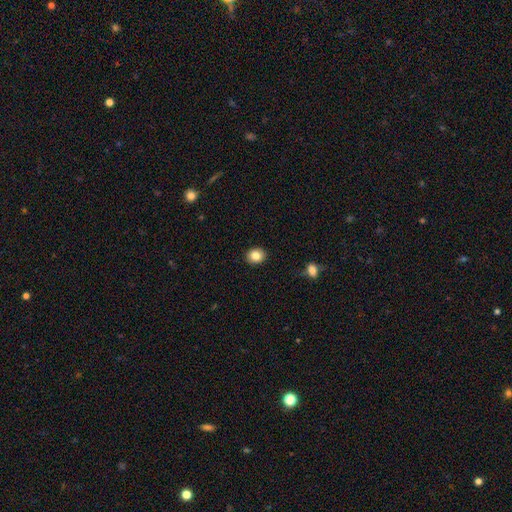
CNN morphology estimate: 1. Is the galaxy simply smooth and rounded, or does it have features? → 84% smooth, 9% star or artifact, 7% featured or disk.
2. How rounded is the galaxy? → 66% round, 33% in between, 1% cigar-shaped.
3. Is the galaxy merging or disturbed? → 90% none, 7% minor disturbance, 2% major disturbance, 1% merger.